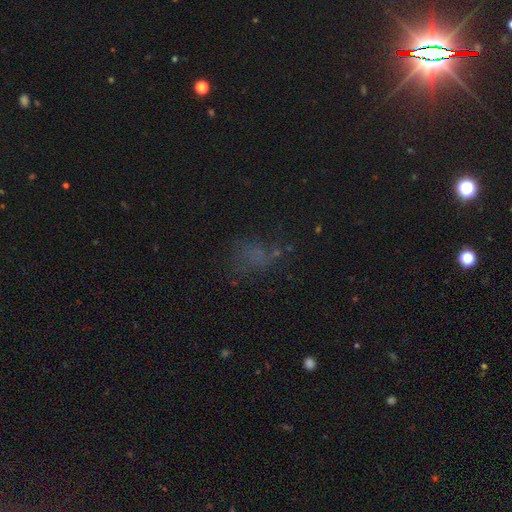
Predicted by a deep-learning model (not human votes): smooth_or_featured: smooth (p=0.43) [alt: star or artifact p=0.33]
merging: none (p=0.49) [alt: major disturbance p=0.26]